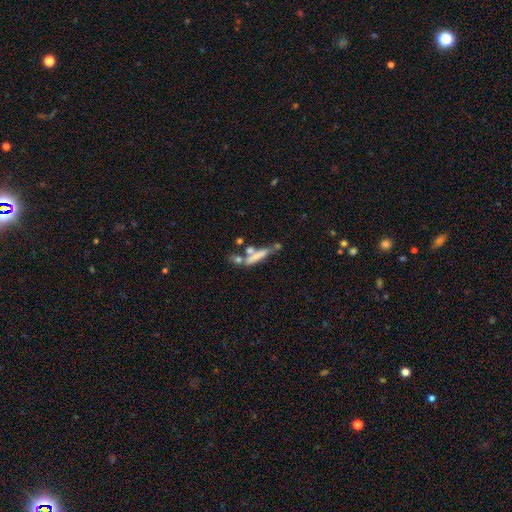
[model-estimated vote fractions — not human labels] Smooth or featured? Predicted: smooth (p=0.52). How rounded? Predicted: cigar-shaped (p=0.78). Merging? Predicted: none (p=0.35).